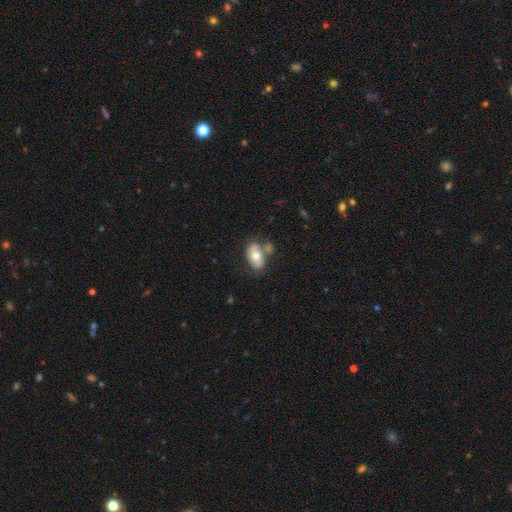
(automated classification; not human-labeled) A smooth galaxy with no disk features (65%) that is in between round and cigar-shaped (90%). Merging: none (59%).